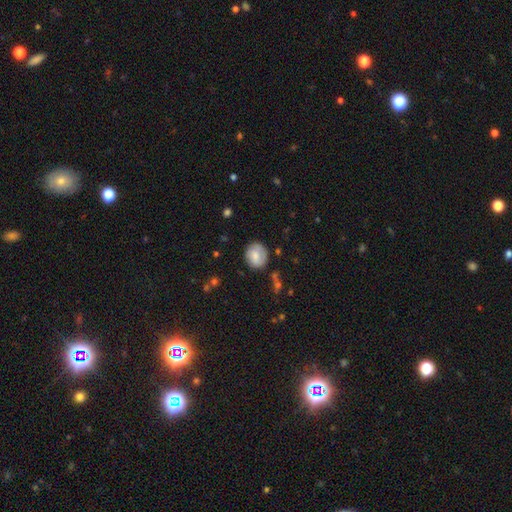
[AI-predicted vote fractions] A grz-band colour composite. It shows a smooth galaxy with no disk features (74%) that is round (72%). Merging: none (74%).